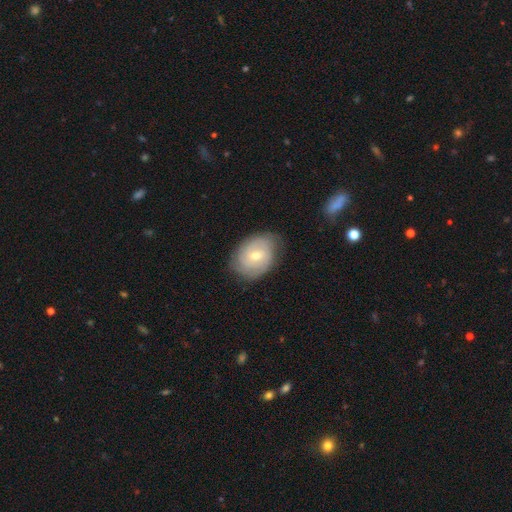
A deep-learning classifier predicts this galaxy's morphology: This is possibly a featured or disk galaxy (57%). It is clearly not viewed edge-on (95%). Bar: possibly no (51%). Spiral arm pattern: clearly yes (81%). Central bulge: possibly moderate (52%). Merging: likely none (74%).